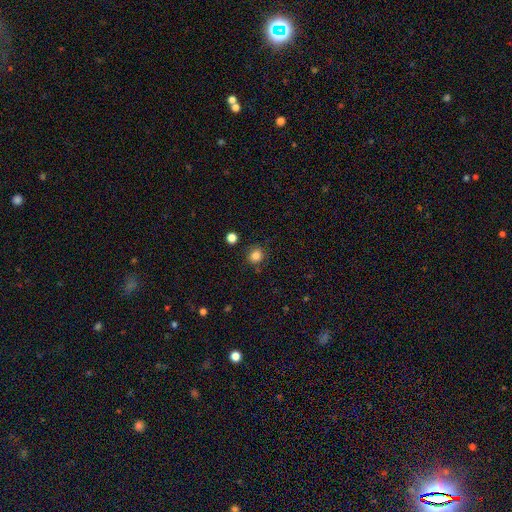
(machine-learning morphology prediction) Smooth or featured: smooth — 84% (star or artifact — 12%)
How rounded: round — 85% (in between — 14%)
Merging: none — 83% (minor disturbance — 10%)